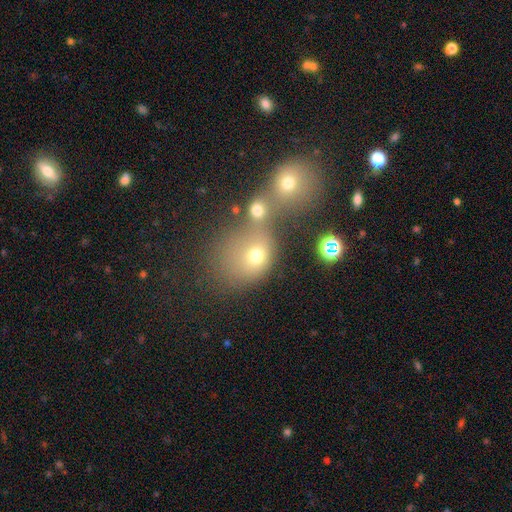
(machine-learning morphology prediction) Overall: smooth (66%). How rounded: round (62%; in between 37%). Merging: merger (57%; none 28%).